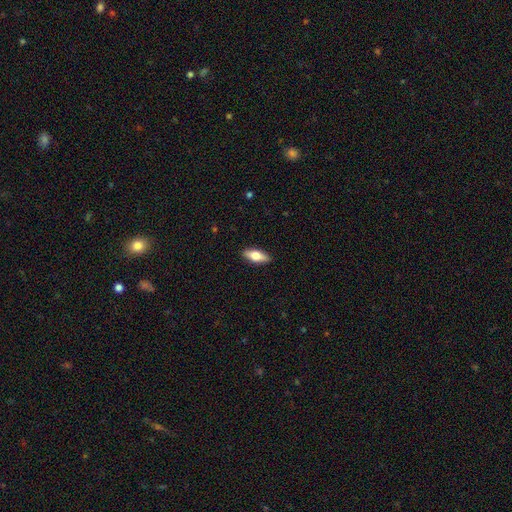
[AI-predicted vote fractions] smooth 68%, featured or disk 27%, star or artifact 6%. Down the decision tree: how rounded — in between (73%); merging — none (89%).